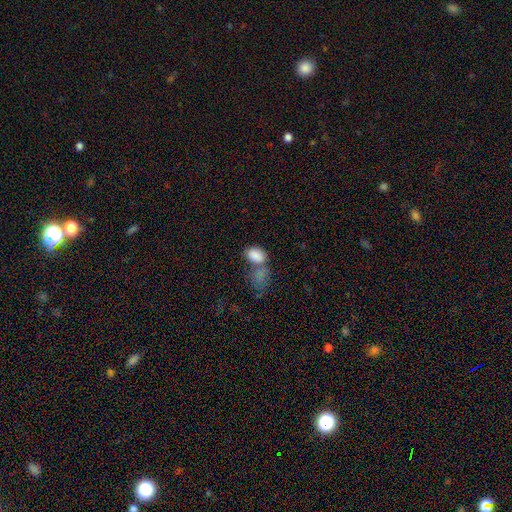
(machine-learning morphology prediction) smooth-or-featured: smooth: 84% | star or artifact: 9% | featured or disk: 7%
  how-rounded: in between: 89% | round: 10% | cigar-shaped: 1%
  merging: merger: 46% | none: 32% | minor disturbance: 13% | major disturbance: 9%